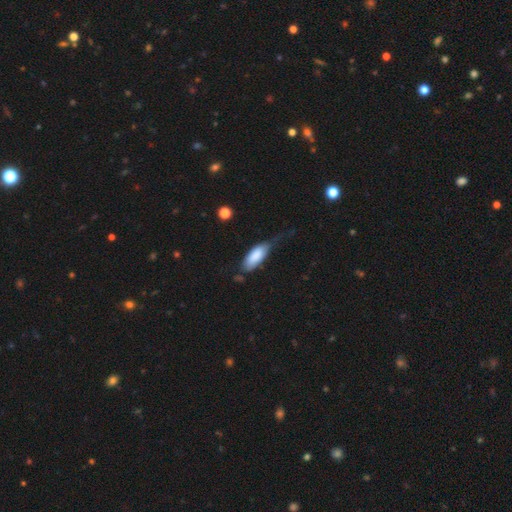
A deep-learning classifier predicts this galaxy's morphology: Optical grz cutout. It shows a smooth galaxy with no disk features (82%) that is in between round and cigar-shaped (81%). Merging: minor disturbance (38%).